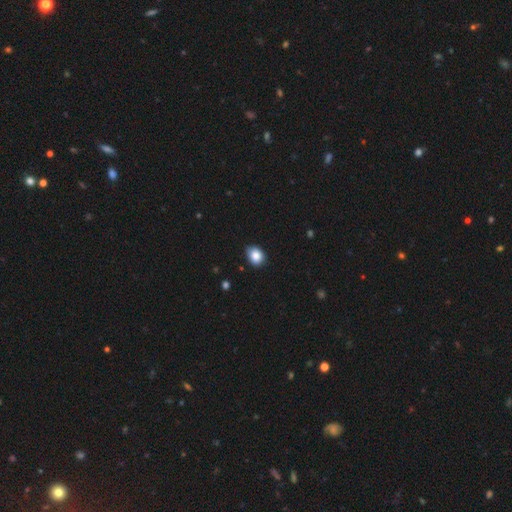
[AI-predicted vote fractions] A smooth galaxy with no disk features (86%) that is in between round and cigar-shaped (52%). Merging: none (79%).